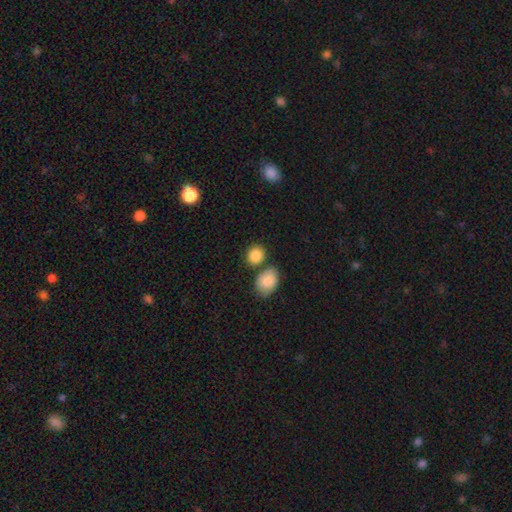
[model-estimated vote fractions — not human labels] A smooth galaxy with no disk features (87%) that is round (61%). Merging: none (67%).